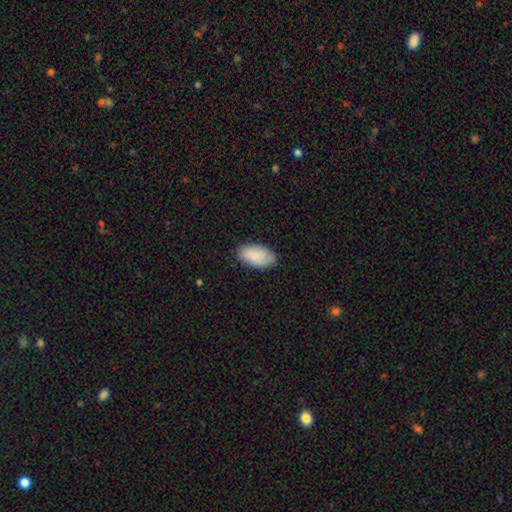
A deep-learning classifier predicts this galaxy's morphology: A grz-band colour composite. It shows a smooth galaxy with no disk features (86%) that is in between round and cigar-shaped (95%). Merging: none (83%).